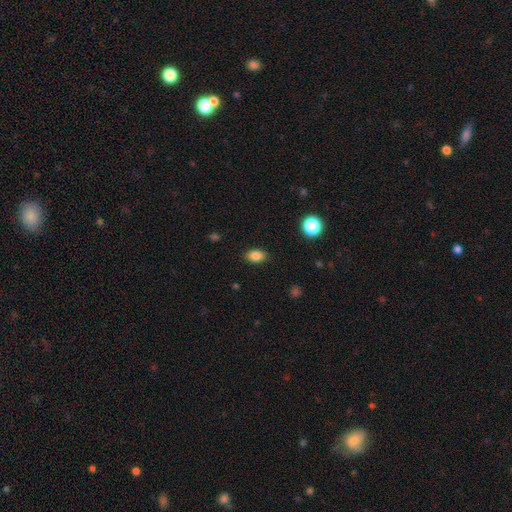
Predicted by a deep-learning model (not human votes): Smooth or featured: smooth — 85% (star or artifact — 10%)
How rounded: in between — 84% (round — 14%)
Merging: none — 87% (minor disturbance — 9%)